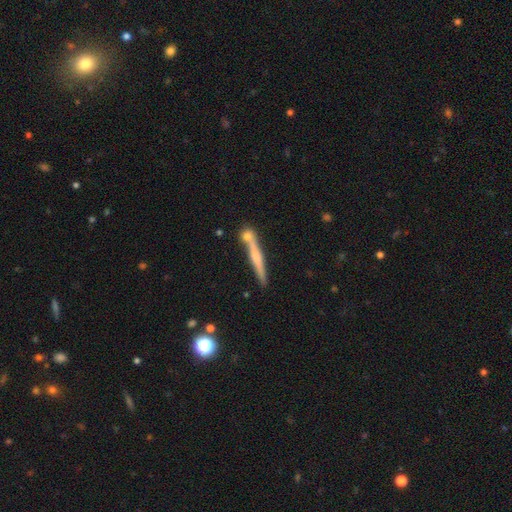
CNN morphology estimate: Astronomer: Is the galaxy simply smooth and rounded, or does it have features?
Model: featured or disk — 53% (runner-up: smooth, 40%).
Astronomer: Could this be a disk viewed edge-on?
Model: yes — 95%.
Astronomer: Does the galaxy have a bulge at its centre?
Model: rounded — 50% (runner-up: none, 37%).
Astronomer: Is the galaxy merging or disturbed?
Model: none — 71%.